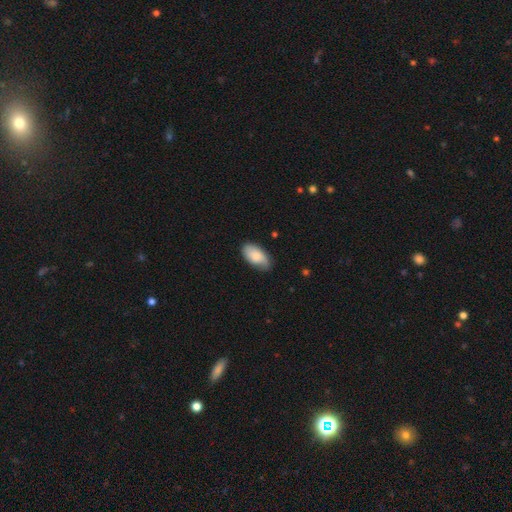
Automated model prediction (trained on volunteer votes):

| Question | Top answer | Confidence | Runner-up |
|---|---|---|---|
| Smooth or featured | smooth | 72% | featured or disk (21%) |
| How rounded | in between | 94% | round (3%) |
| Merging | none | 73% | minor disturbance (22%) |